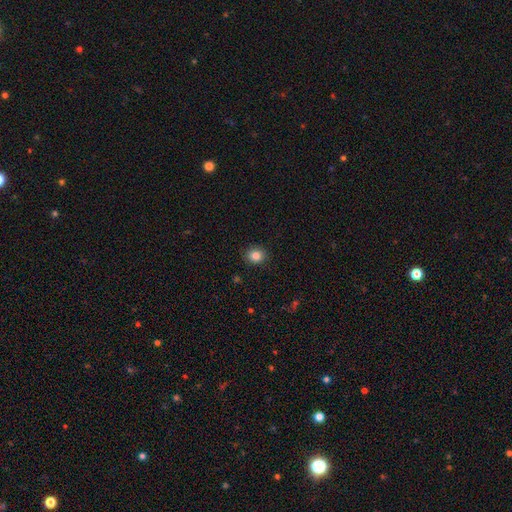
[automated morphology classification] smooth 85%, star or artifact 10%, featured or disk 5%. Down the decision tree: how rounded — round (77%); merging — none (90%).